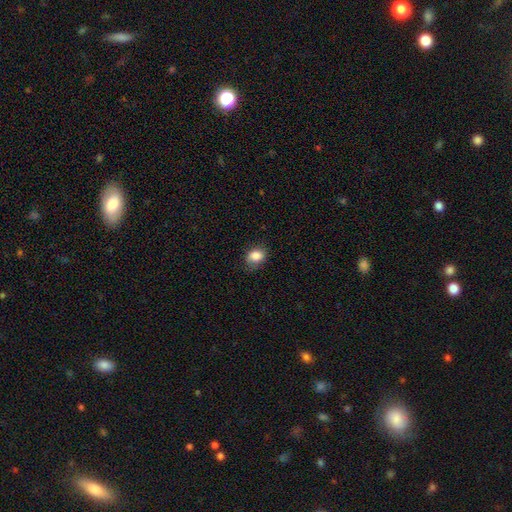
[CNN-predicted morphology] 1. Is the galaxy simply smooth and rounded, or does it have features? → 85% smooth, 9% star or artifact, 6% featured or disk.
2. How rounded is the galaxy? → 60% in between, 39% round, 1% cigar-shaped.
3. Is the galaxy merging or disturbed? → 72% none, 22% minor disturbance, 5% major disturbance, 1% merger.